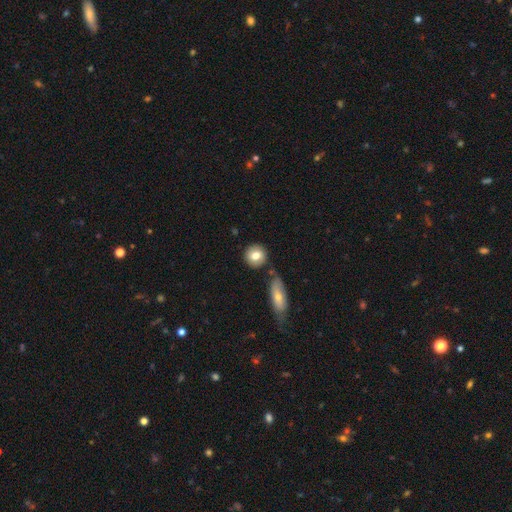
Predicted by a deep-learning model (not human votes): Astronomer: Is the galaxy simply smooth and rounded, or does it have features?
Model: smooth — 77%.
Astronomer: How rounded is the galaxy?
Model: round — 84%.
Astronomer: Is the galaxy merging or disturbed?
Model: none — 75%.